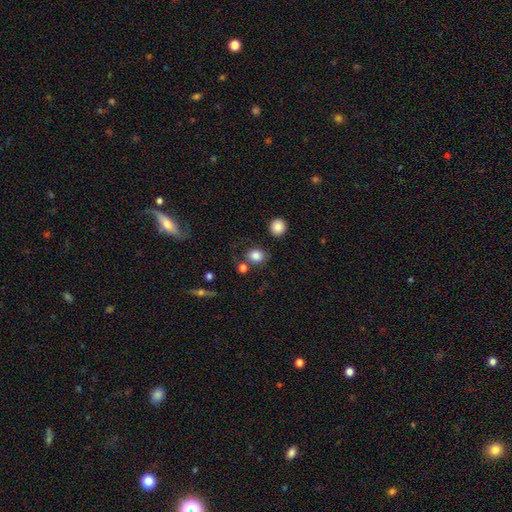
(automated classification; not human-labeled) This is clearly a smooth galaxy (83%). How rounded: likely round (66%). Merging: likely none (70%).